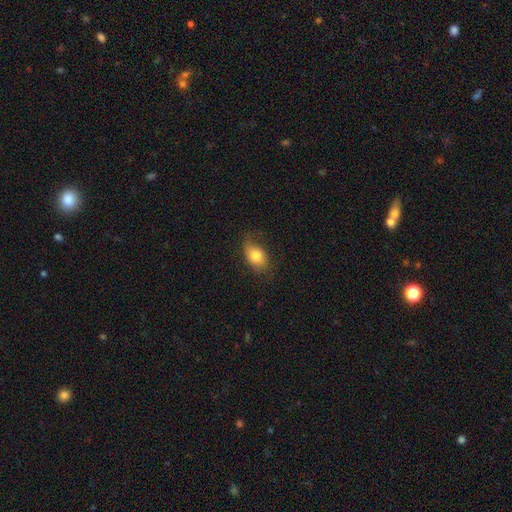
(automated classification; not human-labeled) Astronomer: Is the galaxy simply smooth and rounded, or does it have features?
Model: smooth — 79%.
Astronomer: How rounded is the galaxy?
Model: in between — 80%.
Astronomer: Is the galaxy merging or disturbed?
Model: none — 63%.